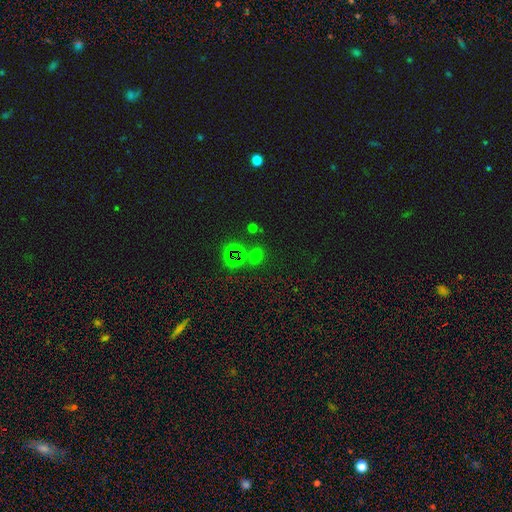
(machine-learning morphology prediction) This appears to be a smooth galaxy with no disk features (48%). Merging: none (74%).